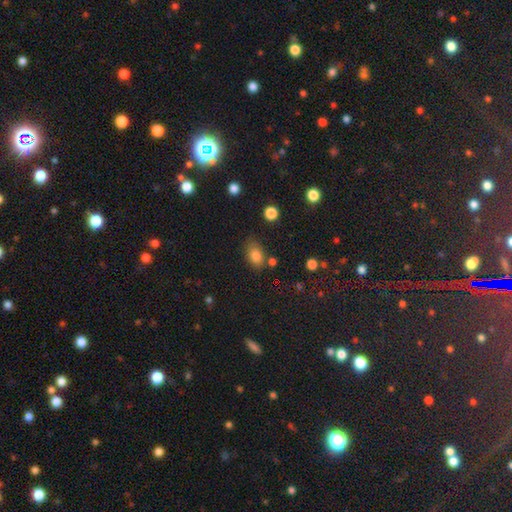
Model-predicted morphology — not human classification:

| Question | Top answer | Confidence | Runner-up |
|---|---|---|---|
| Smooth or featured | smooth | 82% | star or artifact (12%) |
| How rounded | in between | 80% | round (17%) |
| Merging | none | 65% | minor disturbance (22%) |